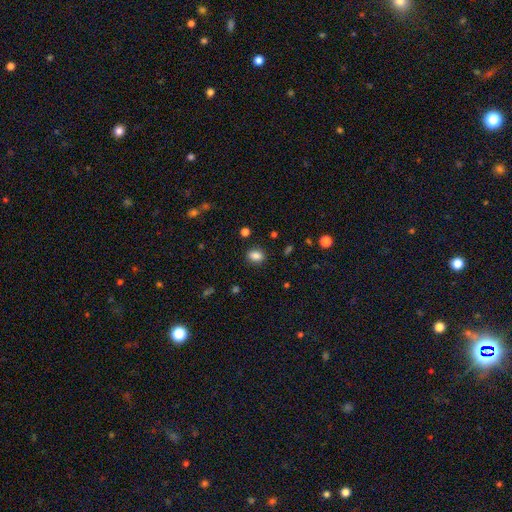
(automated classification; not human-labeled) smooth 85%, star or artifact 10%, featured or disk 5%. Down the decision tree: how rounded — in between (63%); merging — none (87%).